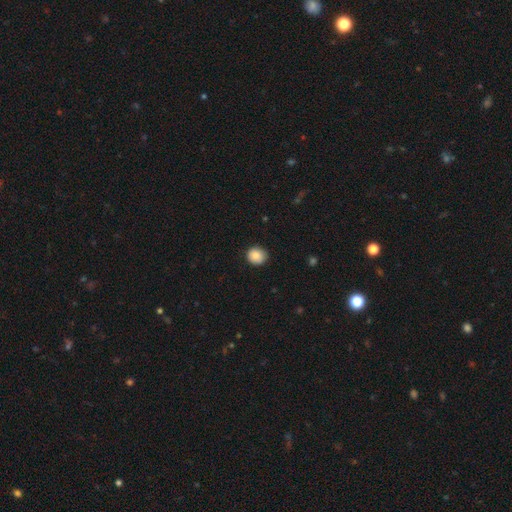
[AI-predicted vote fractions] Smooth or featured?
  - smooth: 87% *
  - star or artifact: 8%
  - featured or disk: 4%
How rounded?
  - round: 85% *
  - in between: 14%
  - cigar-shaped: 1%
Merging?
  - none: 87% *
  - minor disturbance: 10%
  - major disturbance: 2%
  - merger: 1%